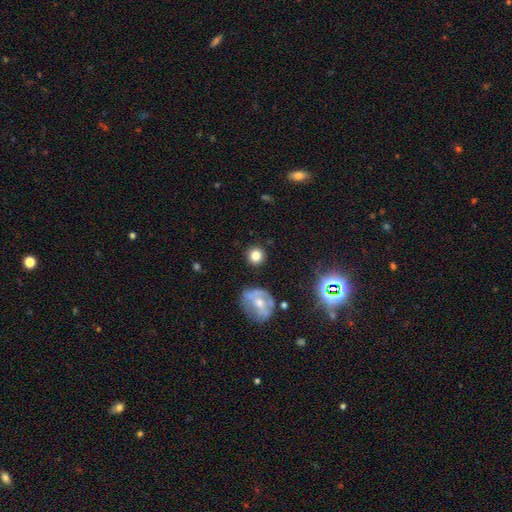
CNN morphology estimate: A smooth galaxy with no disk features (78%) that is round (90%). Merging: none (85%).